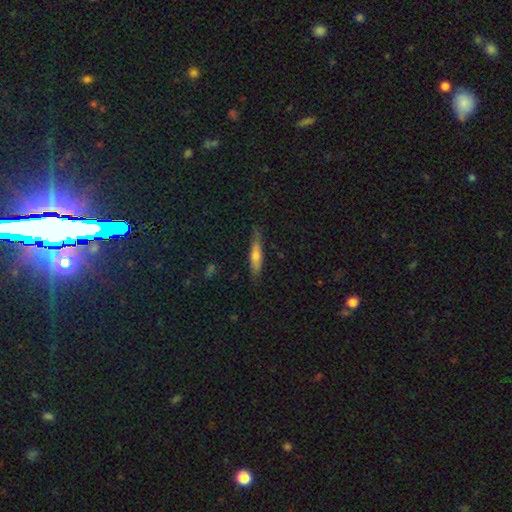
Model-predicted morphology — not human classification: smooth 61%, featured or disk 32%, star or artifact 7%. Down the decision tree: how rounded — cigar-shaped (79%); merging — none (77%).